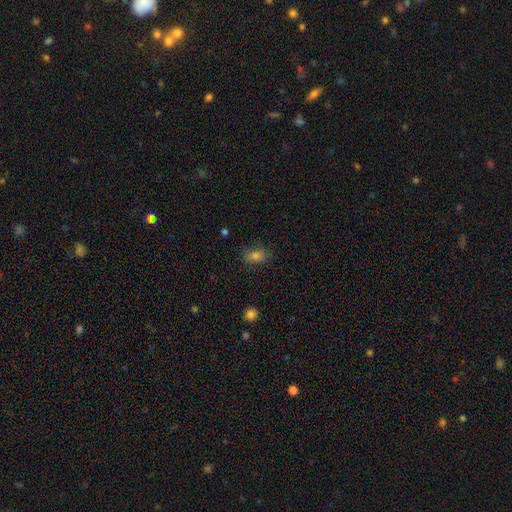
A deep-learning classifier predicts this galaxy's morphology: This appears to be a smooth galaxy with no disk features (70%) that is in between round and cigar-shaped (70%). Merging: none (78%).